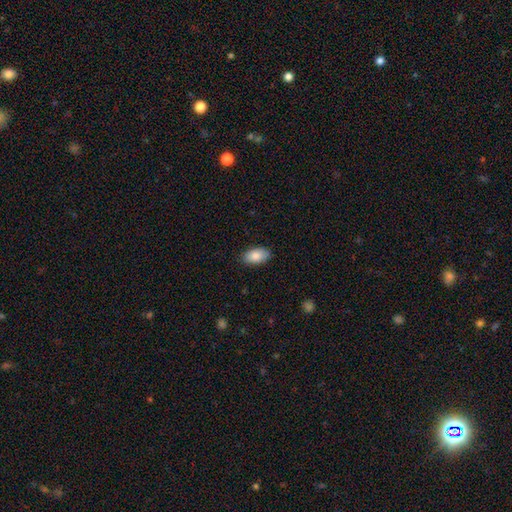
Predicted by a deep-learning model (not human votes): Smooth or featured?
  - smooth: 86% *
  - featured or disk: 7%
  - star or artifact: 7%
How rounded?
  - in between: 94% *
  - round: 4%
  - cigar-shaped: 2%
Merging?
  - none: 87% *
  - minor disturbance: 10%
  - major disturbance: 2%
  - merger: 1%